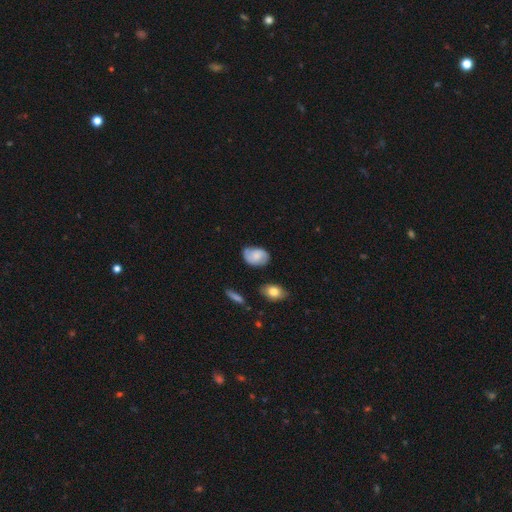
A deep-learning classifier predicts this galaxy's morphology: type=smooth (49%); merging=none (70%).